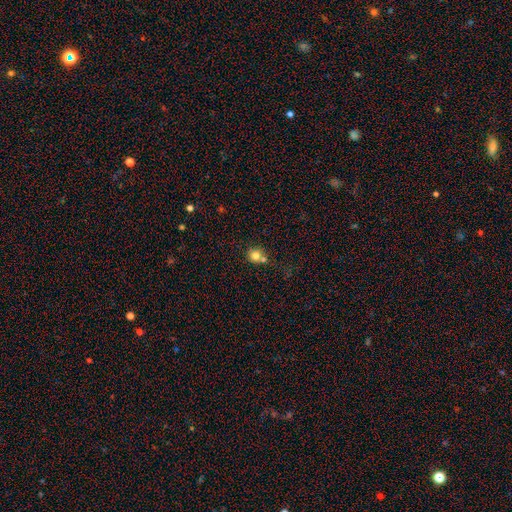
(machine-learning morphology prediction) smooth 79%, star or artifact 12%, featured or disk 9%. Down the decision tree: how rounded — round (89%); merging — none (54%).